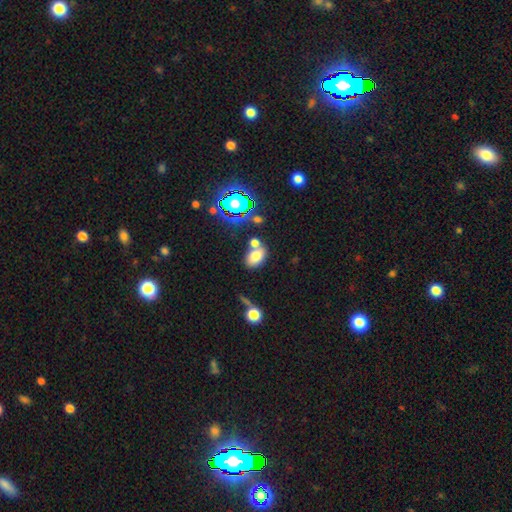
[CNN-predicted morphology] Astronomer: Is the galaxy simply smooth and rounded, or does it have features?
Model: smooth — 72%.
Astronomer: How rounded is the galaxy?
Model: in between — 78%.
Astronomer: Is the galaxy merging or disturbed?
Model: none — 58%.